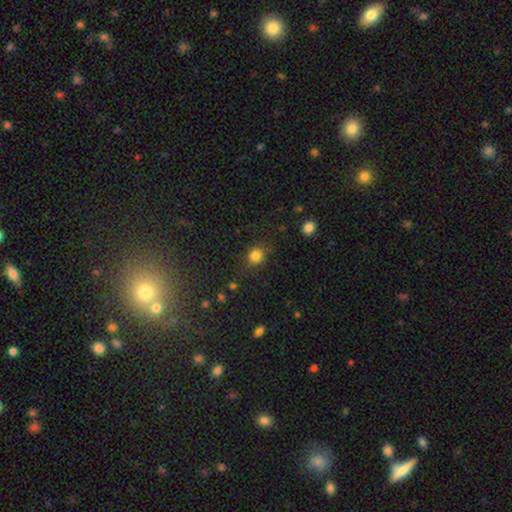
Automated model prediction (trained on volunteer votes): A smooth galaxy with no disk features (83%) that is round (82%). Merging: none (82%).